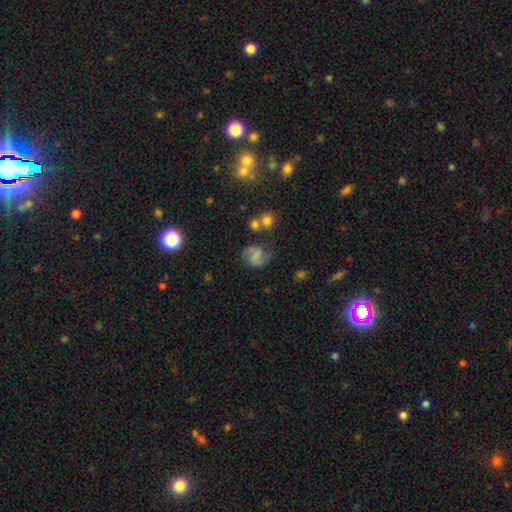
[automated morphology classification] Smooth or featured: featured or disk — 70% (smooth — 21%)
Edge-on disk: no — 98% (yes — 2%)
Bar: weak — 47% (no — 29%)
Spiral arms: yes — 93% (no — 7%)
Spiral winding: medium — 50% (loose — 35%)
Spiral arm count: 2 — 90% (can't tell — 4%)
Bulge size: none — 58% (small — 24%)
Merging: none — 70% (minor disturbance — 16%)